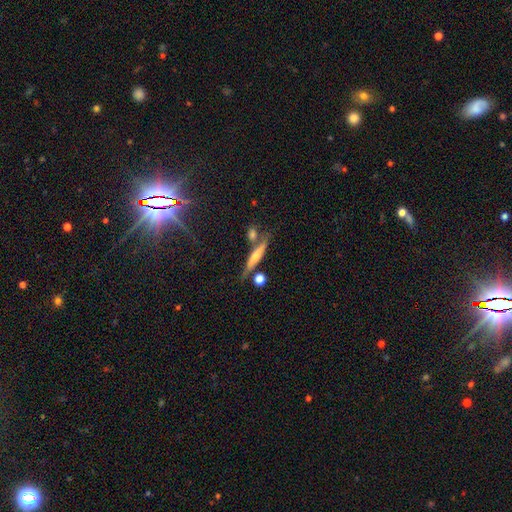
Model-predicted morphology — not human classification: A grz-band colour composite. It shows a featured or disk galaxy (55%) viewed edge-on (91%) with a rounded central bulge (77%). Merging: none (68%).